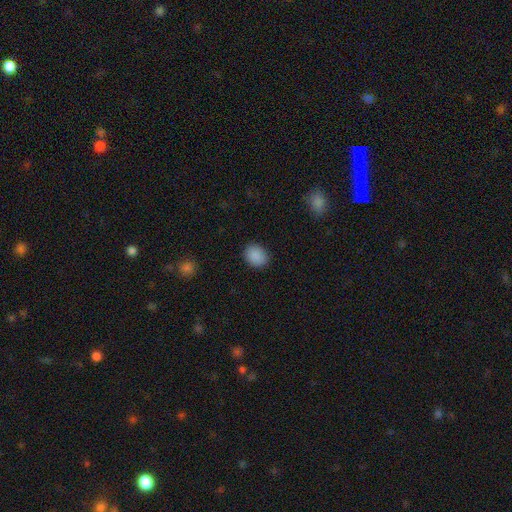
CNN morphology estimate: The model was most divided on "how rounded": round: 53%, in between: 46%, cigar-shaped: 1%. More confident: smooth or featured — smooth (88%); merging — none (87%).